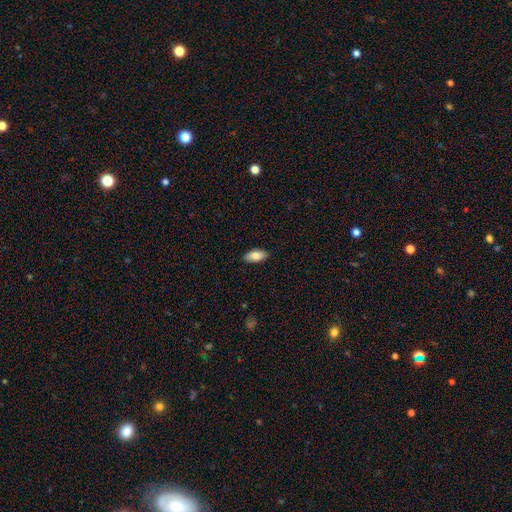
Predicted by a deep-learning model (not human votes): Smooth or featured: smooth — 83% (featured or disk — 11%)
How rounded: in between — 91% (cigar-shaped — 7%)
Merging: none — 89% (minor disturbance — 9%)